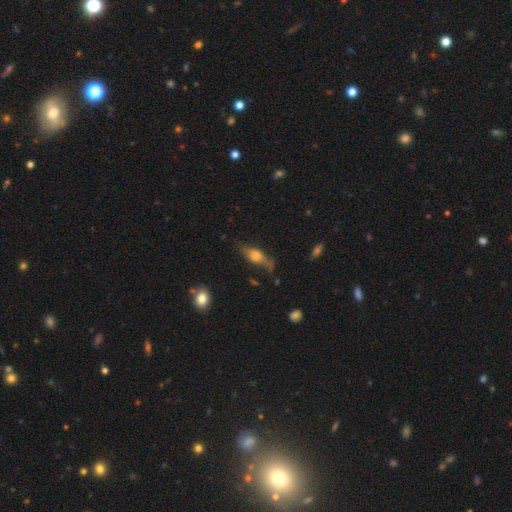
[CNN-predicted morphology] Smooth or featured: featured or disk — 47% (smooth — 45%)
Merging: none — 57% (minor disturbance — 27%)